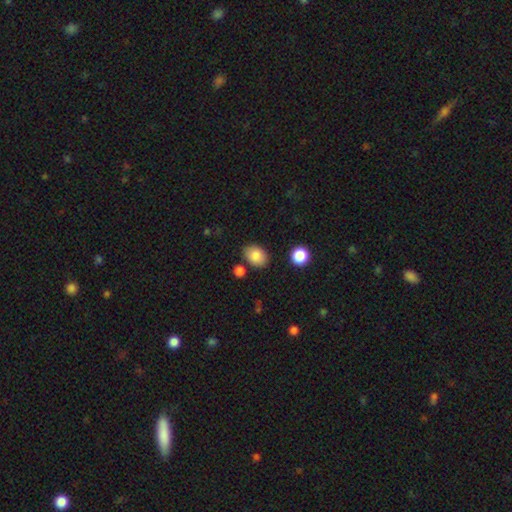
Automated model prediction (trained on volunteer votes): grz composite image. It shows a smooth galaxy with no disk features (85%) that is in between round and cigar-shaped (72%). Merging: none (80%).